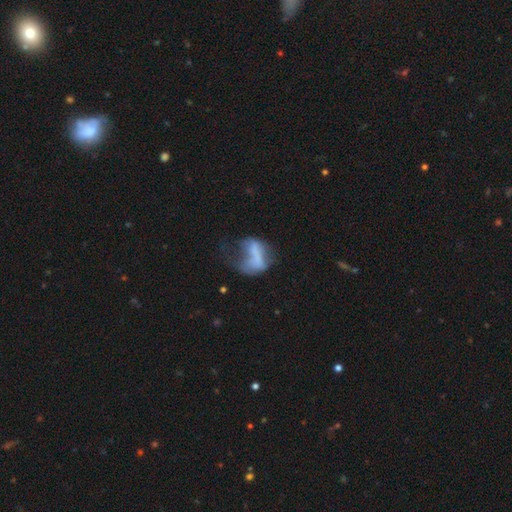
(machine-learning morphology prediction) The model was most divided on "smooth or featured": smooth: 48%, featured or disk: 40%, star or artifact: 13%. More confident: merging — major disturbance (53%).